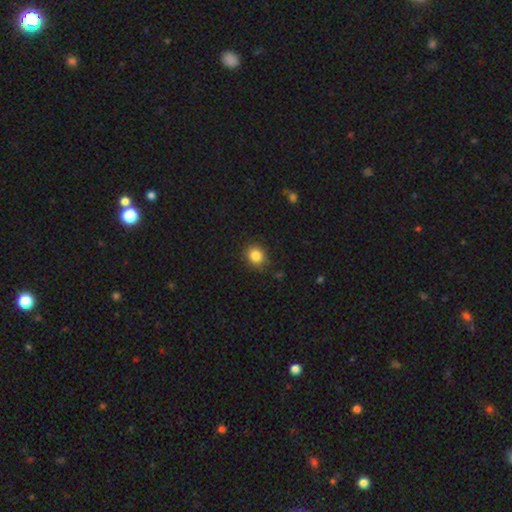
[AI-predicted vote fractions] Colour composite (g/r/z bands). It shows a smooth galaxy with no disk features (85%) that is round (76%). Merging: none (86%).